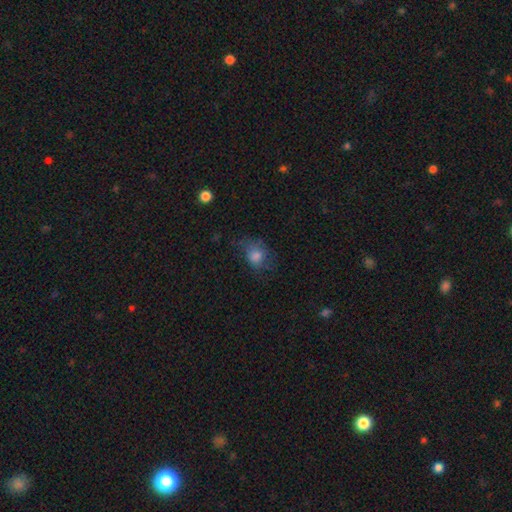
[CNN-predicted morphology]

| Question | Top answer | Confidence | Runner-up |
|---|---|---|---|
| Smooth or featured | smooth | 73% | featured or disk (15%) |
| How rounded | in between | 52% | round (47%) |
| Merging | none | 49% | minor disturbance (27%) |